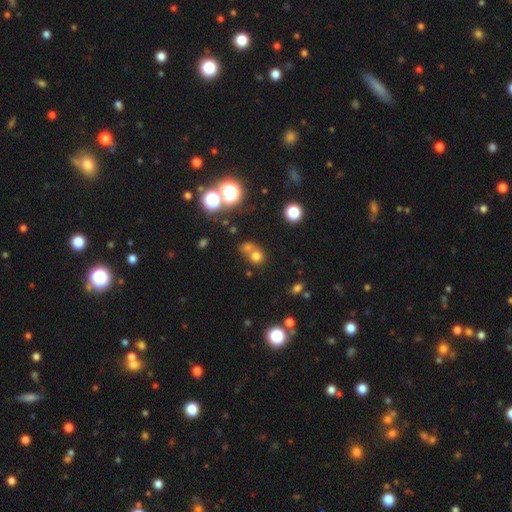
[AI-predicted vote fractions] smooth_or_featured: smooth (p=0.65) [alt: star or artifact p=0.24]
how_rounded: round (p=0.80) [alt: in between p=0.19]
merging: none (p=0.44) [alt: merger p=0.43]